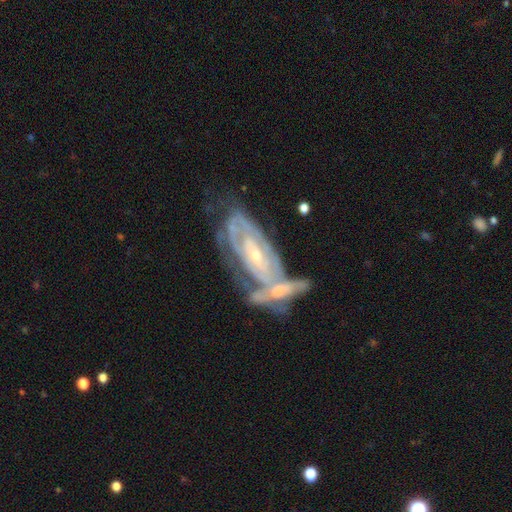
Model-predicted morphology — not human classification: A featured or disk galaxy (86%) with no bar (56%), tight (74%) spiral arms (88%) and a small central bulge (65%).

Vote fractions:
- Smooth or featured? featured or disk: 86% / smooth: 9% / star or artifact: 5%
- Edge-on disk? no: 91% / yes: 9%
- Bar? no: 56% / weak: 30% / strong: 14%
- Spiral arms? yes: 88% / no: 12%
- Spiral winding? tight: 74% / medium: 20% / loose: 6%
- Spiral arm count? can't tell: 54% / 2: 25% / 3: 9% / 4: 5% / 1: 4% / more than 4: 4%
- Bulge size? small: 65% / moderate: 31% / large: 1% / none: 1% / dominant: 1%
- Merging? merger: 55% / none: 22% / minor disturbance: 13% / major disturbance: 10%